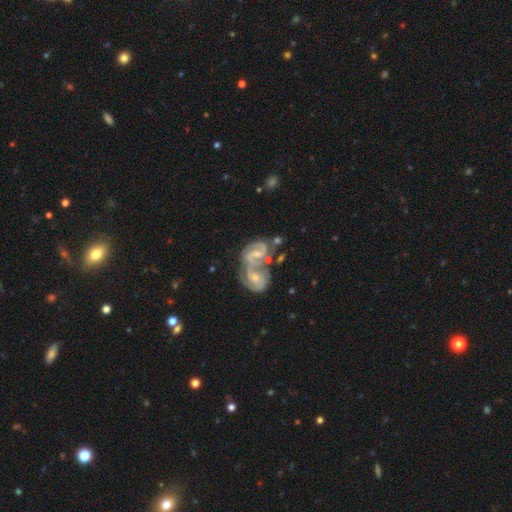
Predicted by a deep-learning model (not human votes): smooth-or-featured: featured or disk: 89% | smooth: 6% | star or artifact: 5%
  disk-edge-on: no: 98% | yes: 2%
    bar: weak: 45% | no: 36% | strong: 19%
    has-spiral-arms: yes: 97% | no: 3%
      spiral-winding: medium: 55% | tight: 30% | loose: 15%
      spiral-arm-count: 2: 81% | 3: 7% | can't tell: 6% | 1: 3% | 4: 2% | more than 4: 2%
    bulge-size: small: 61% | moderate: 33% | none: 3% | large: 1% | dominant: 1%
  merging: merger: 72% | none: 15% | minor disturbance: 7% | major disturbance: 5%